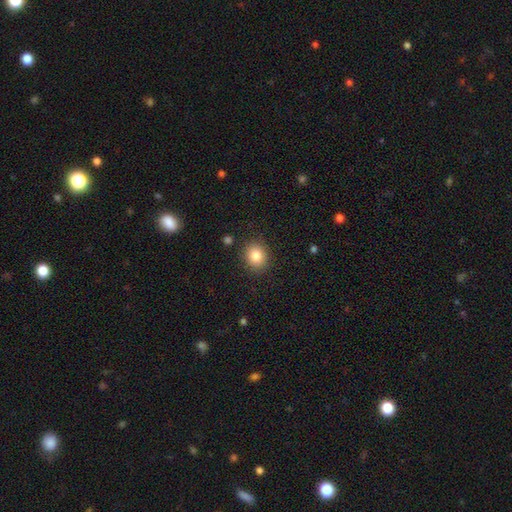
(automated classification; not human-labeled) The model was most divided on "how rounded": round: 67%, in between: 32%, cigar-shaped: 1%. More confident: merging — none (87%); smooth or featured — smooth (84%).